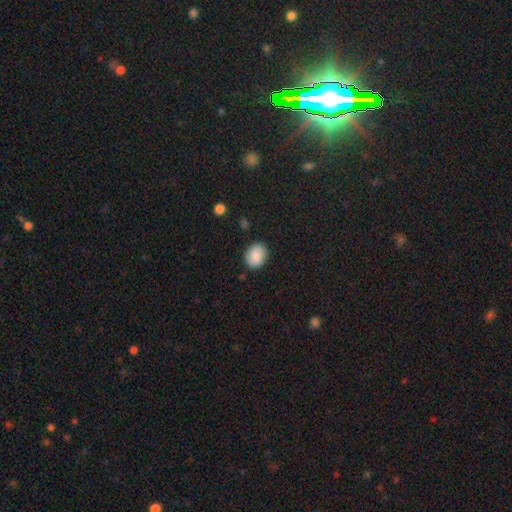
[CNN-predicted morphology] This is clearly a smooth galaxy (85%). How rounded: possibly round (52%). Merging: clearly none (84%).